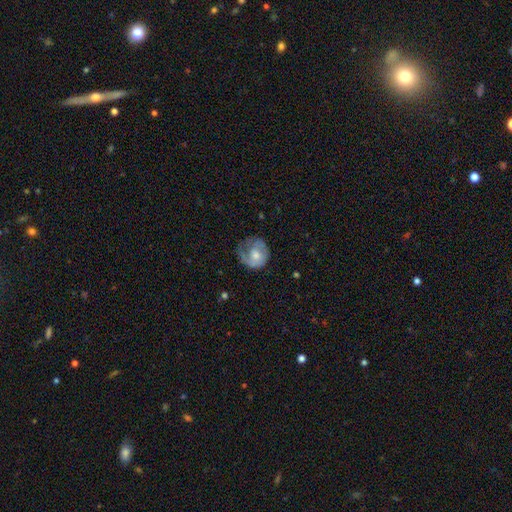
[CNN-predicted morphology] Smooth or featured? featured or disk (53%)
Edge-on disk? no (97%)
Bar? no (71%)
Spiral arms? yes (74%)
Bulge size? moderate (57%)
Merging? none (45%)